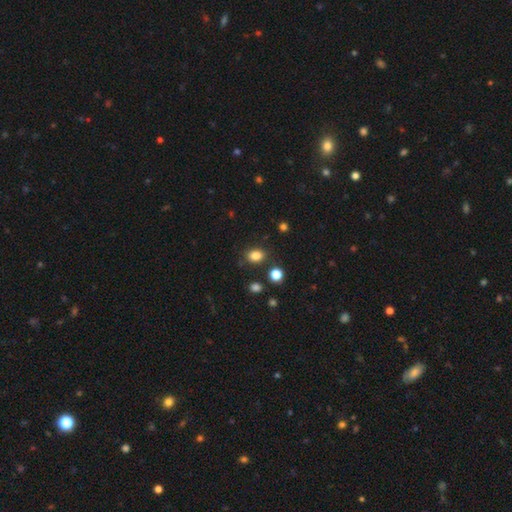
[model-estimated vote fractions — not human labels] The model was most divided on "how rounded": in between: 61%, round: 38%, cigar-shaped: 1%. More confident: smooth or featured — smooth (83%); merging — none (81%).